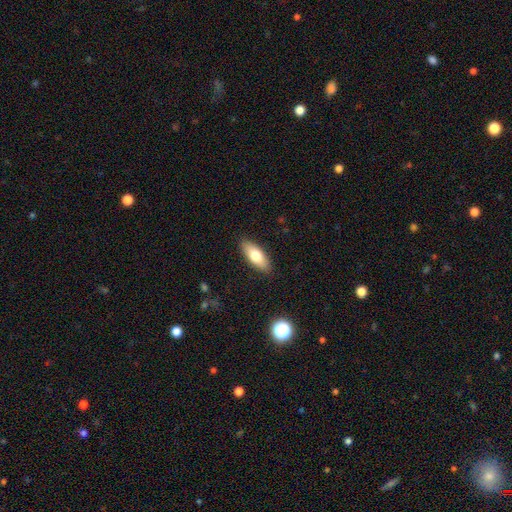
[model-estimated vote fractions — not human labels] Smooth or featured: smooth — 73% (featured or disk — 20%)
How rounded: in between — 76% (cigar-shaped — 22%)
Merging: none — 88% (minor disturbance — 9%)